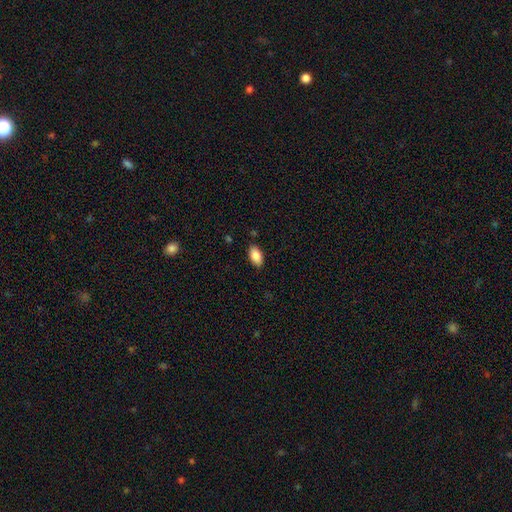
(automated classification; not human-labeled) This appears to be a smooth galaxy with no disk features (87%) that is in between round and cigar-shaped (93%). Merging: none (86%).